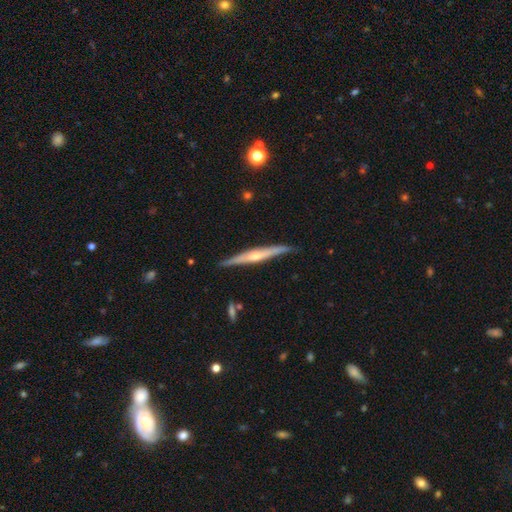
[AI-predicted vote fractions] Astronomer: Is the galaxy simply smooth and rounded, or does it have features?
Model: featured or disk — 71%.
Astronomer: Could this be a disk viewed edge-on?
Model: yes — 97%.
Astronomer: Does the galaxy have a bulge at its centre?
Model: rounded — 73%.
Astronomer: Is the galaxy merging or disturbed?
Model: none — 85%.